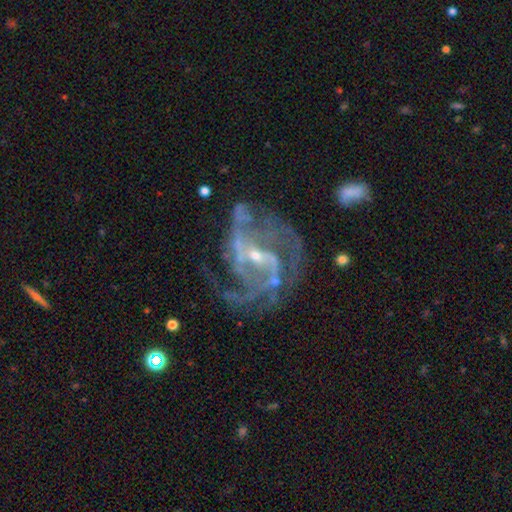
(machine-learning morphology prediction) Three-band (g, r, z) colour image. It shows a featured or disk galaxy (88%) with a weak bar (44%), 3 (28%) medium (50%) spiral arms (95%) and a small central bulge (72%). Merging: none (57%).